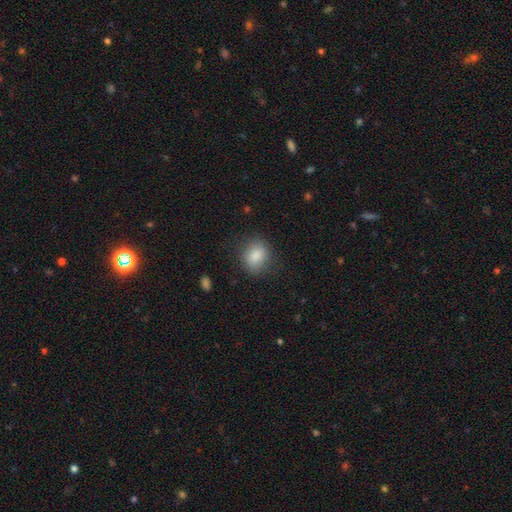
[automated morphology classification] Smooth or featured? smooth (85%)
How rounded? round (57%)
Merging? none (79%)